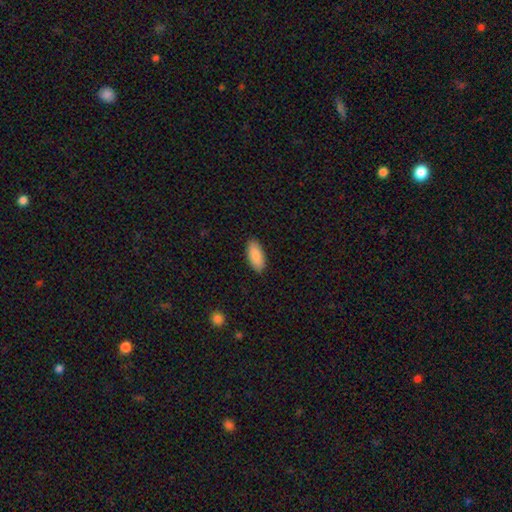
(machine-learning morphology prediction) Smooth or featured? Predicted: smooth (p=0.89). How rounded? Predicted: in between (p=0.89). Merging? Predicted: none (p=0.89).